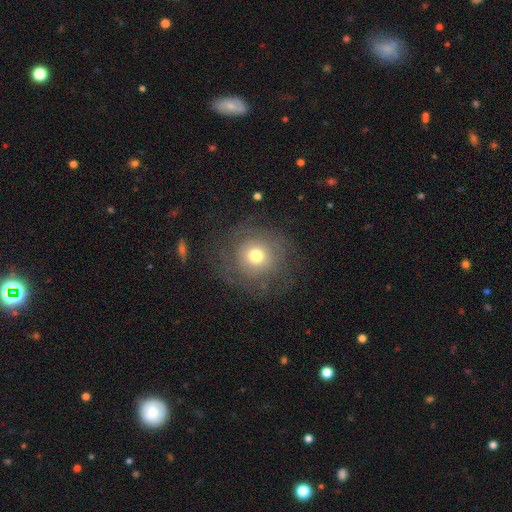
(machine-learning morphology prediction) smooth_or_featured: smooth (p=0.49) [alt: featured or disk p=0.38]
merging: none (p=0.74) [alt: minor disturbance p=0.13]